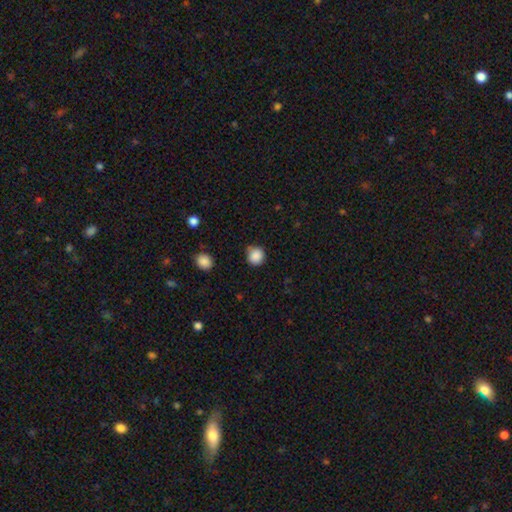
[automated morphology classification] Smooth or featured?
  - smooth: 87% *
  - star or artifact: 9%
  - featured or disk: 3%
How rounded?
  - round: 89% *
  - in between: 10%
  - cigar-shaped: 1%
Merging?
  - none: 76% *
  - minor disturbance: 17%
  - major disturbance: 4%
  - merger: 3%